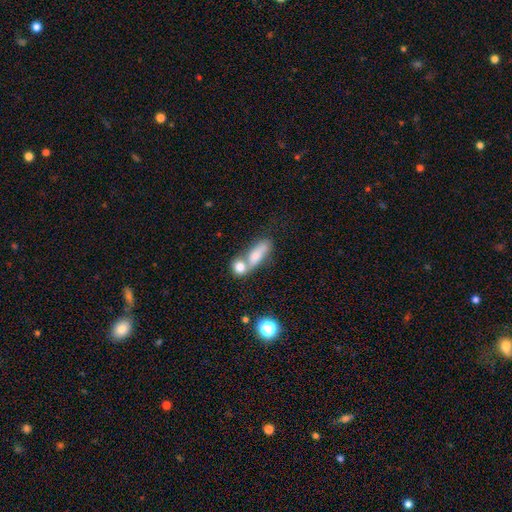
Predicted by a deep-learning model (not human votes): Smooth or featured? Predicted: smooth (p=0.75). How rounded? Predicted: in between (p=0.66). Merging? Predicted: merger (p=0.59).